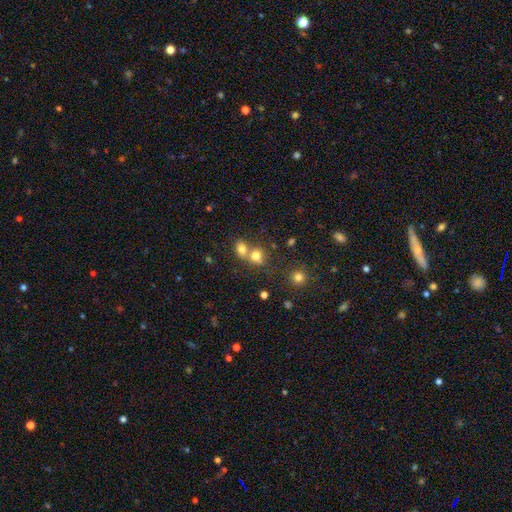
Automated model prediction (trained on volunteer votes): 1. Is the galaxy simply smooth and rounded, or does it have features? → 76% smooth, 14% star or artifact, 11% featured or disk.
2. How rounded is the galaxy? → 66% round, 33% in between, 1% cigar-shaped.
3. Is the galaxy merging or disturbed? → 53% merger, 37% none, 7% minor disturbance, 3% major disturbance.